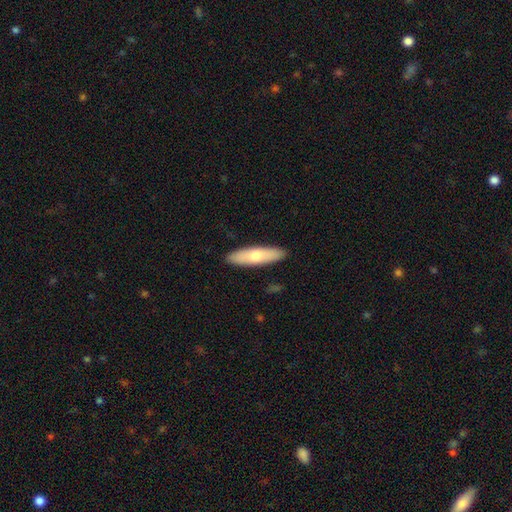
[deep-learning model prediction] Overall: smooth (68%). How rounded: cigar-shaped (66%; in between 32%). Merging: none (90%).